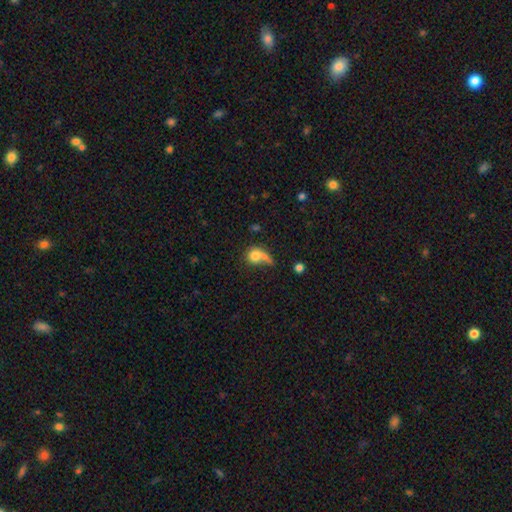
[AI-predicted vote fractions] Overall: smooth (70%). How rounded: round (69%). Merging: none (32%; merger 29%).